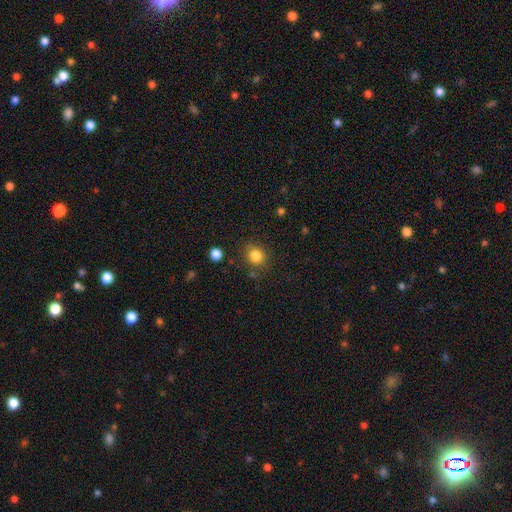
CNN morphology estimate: smooth 83%, star or artifact 11%, featured or disk 5%. Down the decision tree: how rounded — round (77%); merging — none (80%).